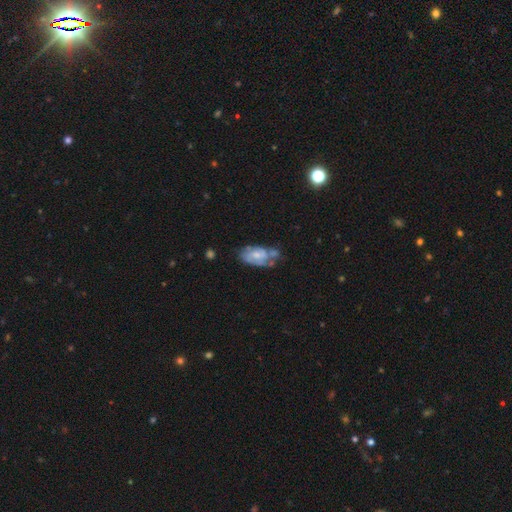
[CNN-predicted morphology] featured or disk 59%, smooth 34%, star or artifact 7%. Down the decision tree: edge-on disk — no (95%); bar — no (61%); spiral arms — yes (68%); bulge size — moderate (43%); merging — none (36%).